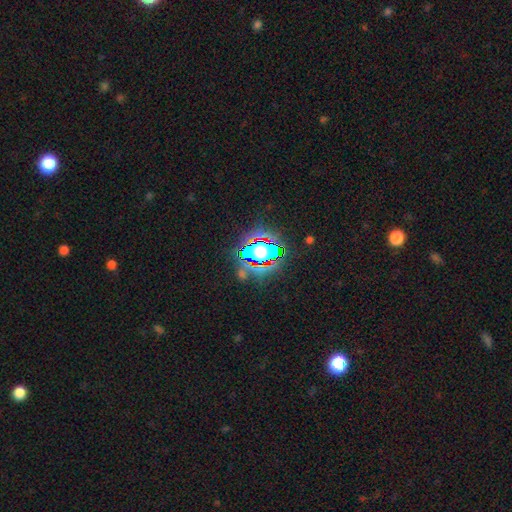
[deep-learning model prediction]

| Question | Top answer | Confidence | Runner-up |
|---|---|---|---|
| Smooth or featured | star or artifact | 79% | smooth (13%) |